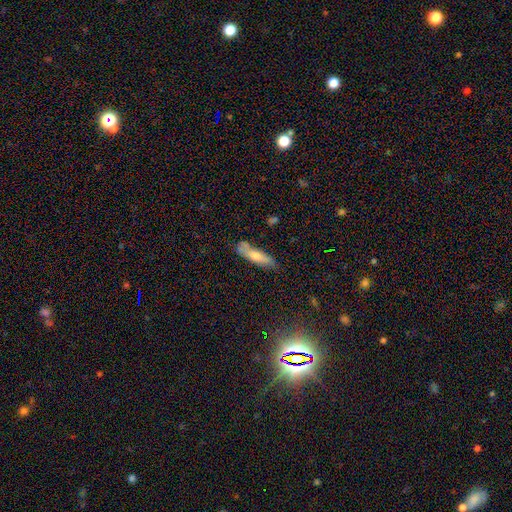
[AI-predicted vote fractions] smooth_or_featured: smooth (p=0.63) [alt: featured or disk p=0.29]
how_rounded: cigar-shaped (p=0.67) [alt: in between p=0.31]
merging: none (p=0.68) [alt: minor disturbance p=0.21]